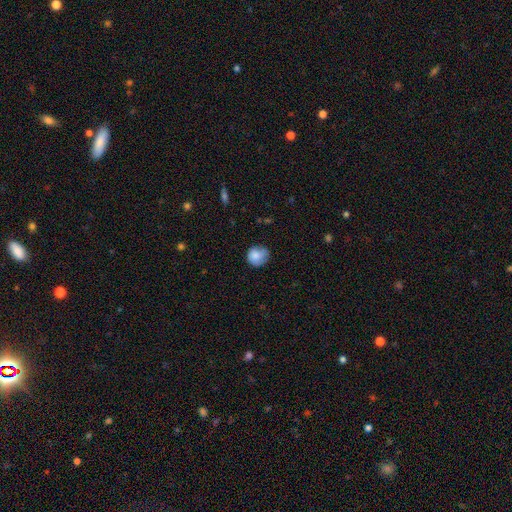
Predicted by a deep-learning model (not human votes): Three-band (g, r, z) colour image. It shows a smooth galaxy with no disk features (82%) that is round (82%). Merging: none (61%).